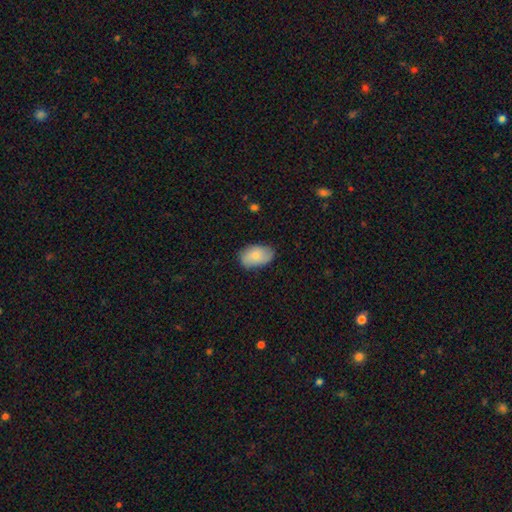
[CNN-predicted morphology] smooth-or-featured: smooth: 77% | featured or disk: 17% | star or artifact: 7%
  how-rounded: in between: 90% | round: 8% | cigar-shaped: 1%
  merging: none: 76% | minor disturbance: 20% | major disturbance: 3% | merger: 1%